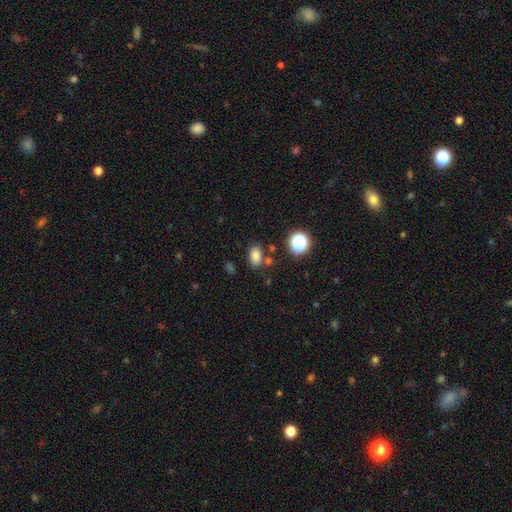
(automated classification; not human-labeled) A smooth galaxy with no disk features (80%) that is in between round and cigar-shaped (79%).

Vote fractions:
- Smooth or featured? smooth: 80% / star or artifact: 14% / featured or disk: 6%
- How rounded? in between: 79% / round: 20% / cigar-shaped: 1%
- Merging? none: 75% / minor disturbance: 13% / merger: 9% / major disturbance: 4%